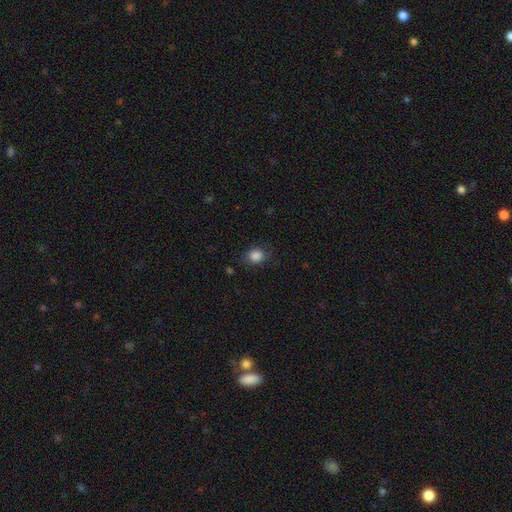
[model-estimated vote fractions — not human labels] This appears to be a smooth galaxy with no disk features (86%) that is round (67%). Merging: none (80%).